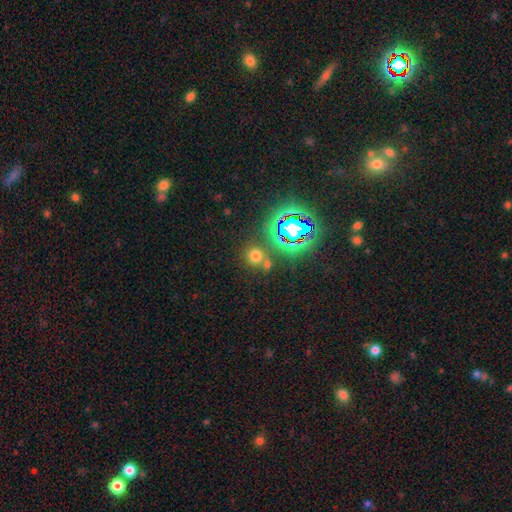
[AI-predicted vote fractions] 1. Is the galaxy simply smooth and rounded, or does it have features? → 60% smooth, 32% star or artifact, 8% featured or disk.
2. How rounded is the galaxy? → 87% round, 11% in between, 1% cigar-shaped.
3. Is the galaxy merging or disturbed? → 71% none, 17% merger, 8% minor disturbance, 4% major disturbance.